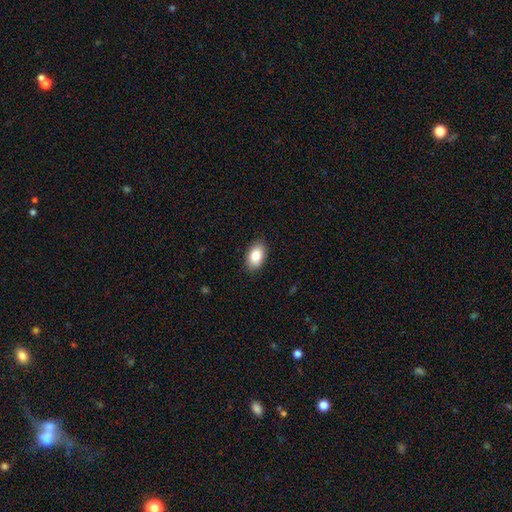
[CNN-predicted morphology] Overall: smooth (86%). How rounded: in between (92%). Merging: none (88%).